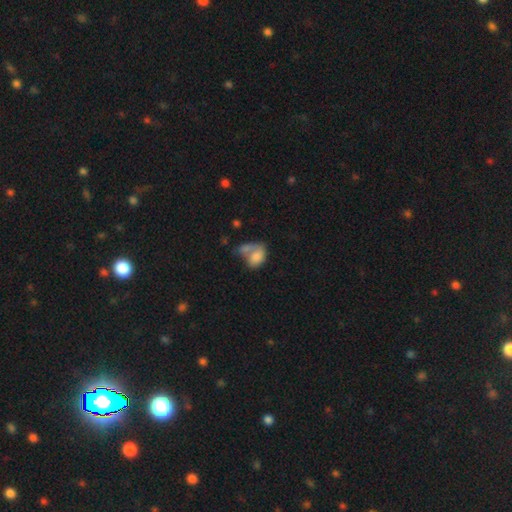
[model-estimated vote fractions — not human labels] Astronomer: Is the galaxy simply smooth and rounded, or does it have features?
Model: smooth — 74%.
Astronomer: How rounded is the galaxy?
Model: in between — 77%.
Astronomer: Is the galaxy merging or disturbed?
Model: merger — 49%.